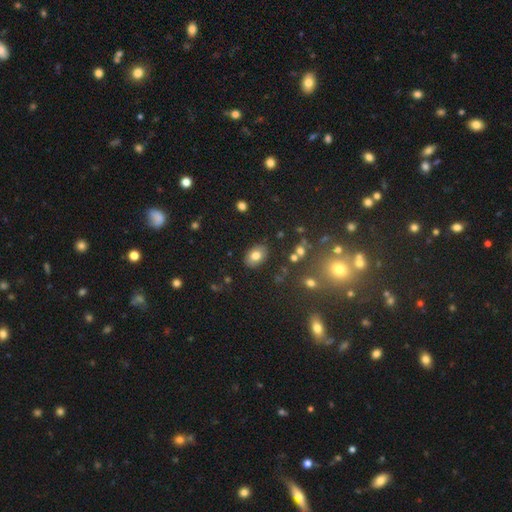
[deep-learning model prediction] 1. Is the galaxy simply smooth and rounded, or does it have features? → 75% smooth, 15% featured or disk, 10% star or artifact.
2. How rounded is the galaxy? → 81% in between, 17% round, 1% cigar-shaped.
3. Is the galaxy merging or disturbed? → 86% none, 10% minor disturbance, 3% major disturbance, 2% merger.